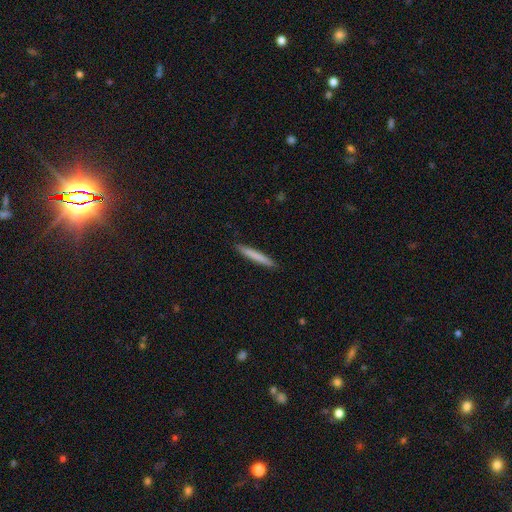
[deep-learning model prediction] The model was most divided on "smooth or featured": smooth: 76%, featured or disk: 18%, star or artifact: 6%. More confident: how rounded — cigar-shaped (96%); merging — none (91%).